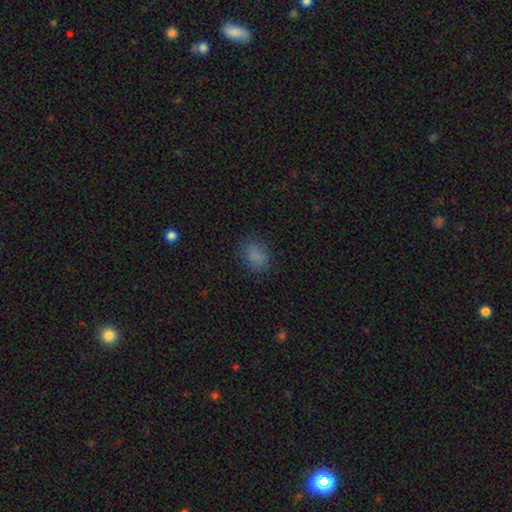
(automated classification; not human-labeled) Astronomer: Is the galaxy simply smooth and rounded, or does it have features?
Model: smooth — 82%.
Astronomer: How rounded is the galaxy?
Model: in between — 75%.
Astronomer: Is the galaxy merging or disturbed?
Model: none — 79%.